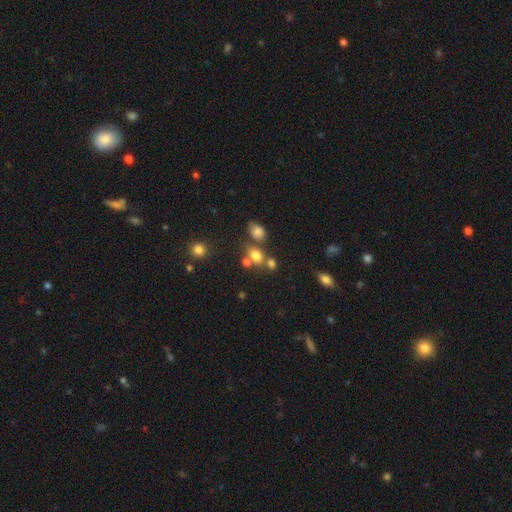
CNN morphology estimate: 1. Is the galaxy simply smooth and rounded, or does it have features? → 72% smooth, 18% star or artifact, 11% featured or disk.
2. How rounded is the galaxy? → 57% round, 41% in between, 2% cigar-shaped.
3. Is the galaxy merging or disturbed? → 50% none, 32% merger, 12% minor disturbance, 6% major disturbance.